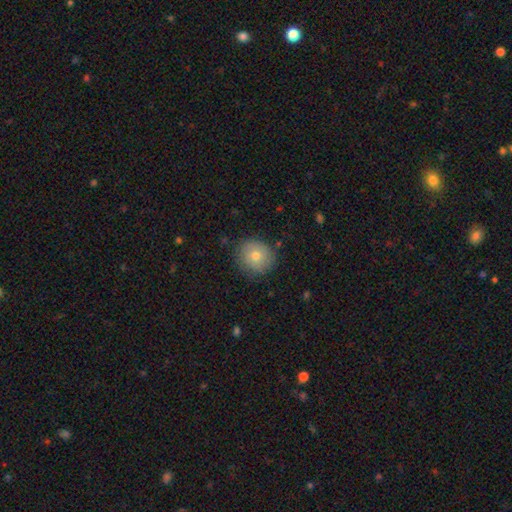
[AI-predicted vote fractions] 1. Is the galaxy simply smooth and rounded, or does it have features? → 72% smooth, 18% featured or disk, 10% star or artifact.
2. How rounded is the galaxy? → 89% round, 10% in between, 1% cigar-shaped.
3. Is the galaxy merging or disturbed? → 85% none, 11% minor disturbance, 3% major disturbance, 1% merger.